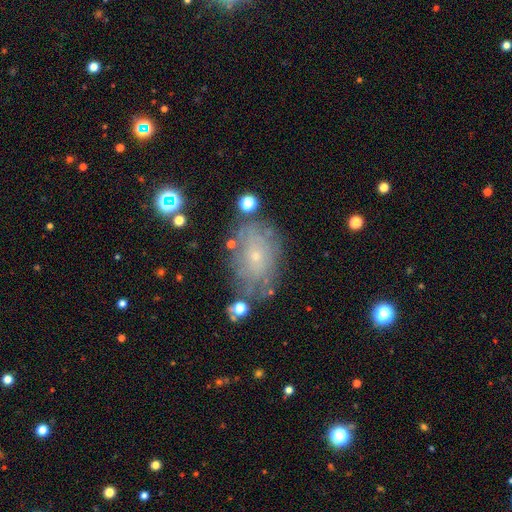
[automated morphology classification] Q: Smooth or featured?
A: featured or disk (51%); runner-up: smooth (36%)
Q: Edge-on disk?
A: no (94%); runner-up: yes (6%)
Q: Merging?
A: none (68%); runner-up: minor disturbance (20%)